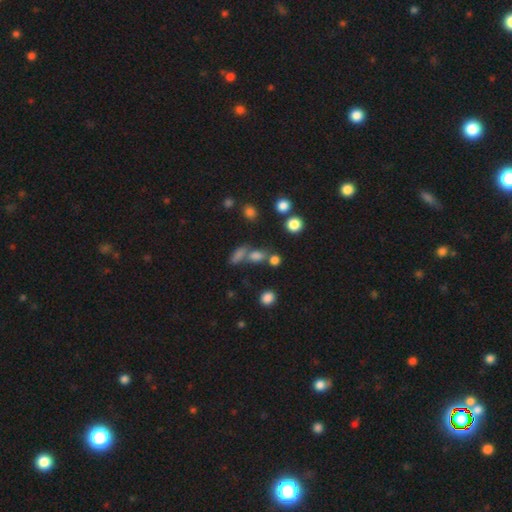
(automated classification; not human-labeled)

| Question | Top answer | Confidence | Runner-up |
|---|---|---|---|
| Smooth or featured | smooth | 71% | star or artifact (19%) |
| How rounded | in between | 52% | round (41%) |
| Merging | none | 44% | merger (39%) |